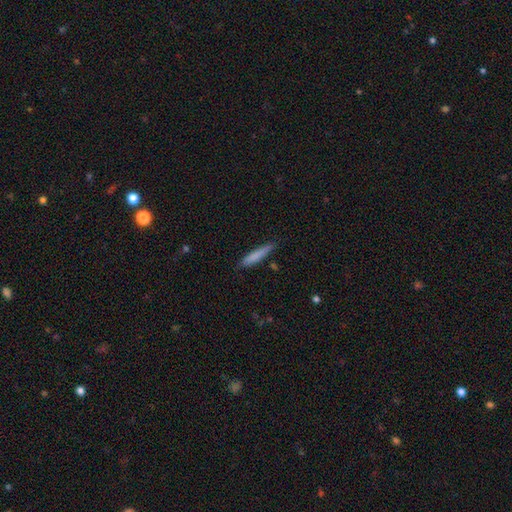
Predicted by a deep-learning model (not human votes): Q: Smooth or featured?
A: smooth (79%); runner-up: featured or disk (15%)
Q: How rounded?
A: cigar-shaped (92%); runner-up: in between (7%)
Q: Merging?
A: none (84%); runner-up: minor disturbance (13%)